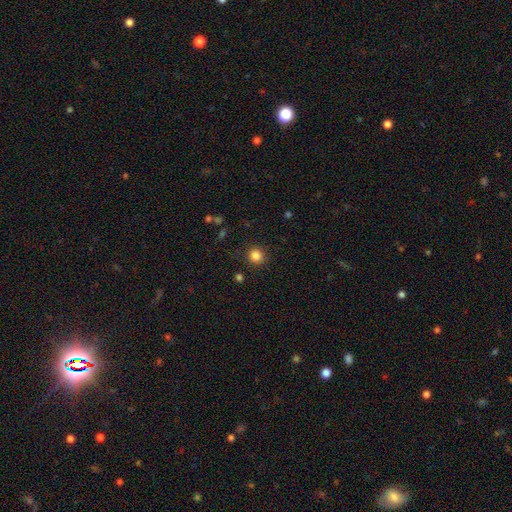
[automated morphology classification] type=smooth (84%); roundness=round (92%); merging=none (89%).